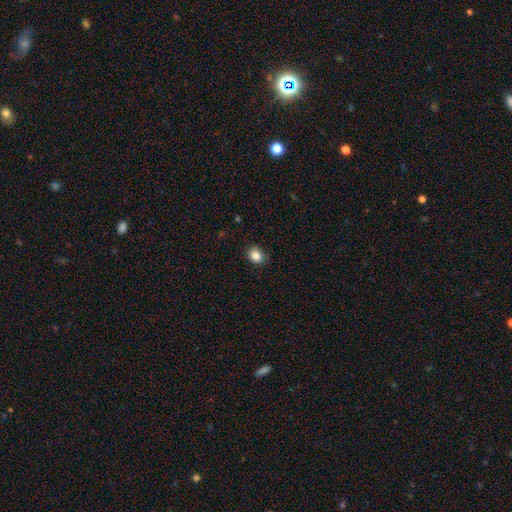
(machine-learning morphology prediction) type=smooth (86%); roundness=round (58%); merging=none (83%).